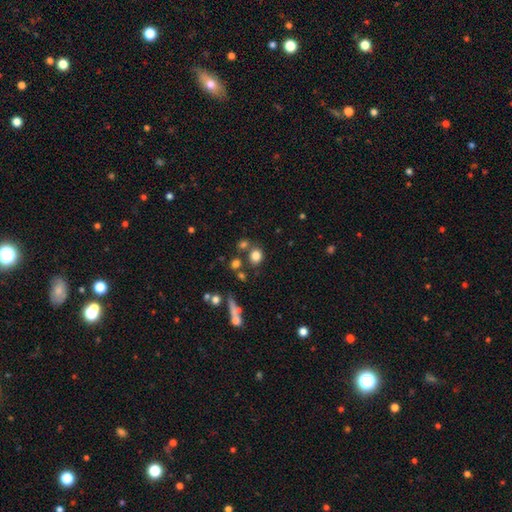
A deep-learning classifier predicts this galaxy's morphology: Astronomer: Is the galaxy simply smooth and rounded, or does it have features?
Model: smooth — 79%.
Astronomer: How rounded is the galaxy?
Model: round — 74%.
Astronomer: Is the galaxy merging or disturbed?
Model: none — 69%.